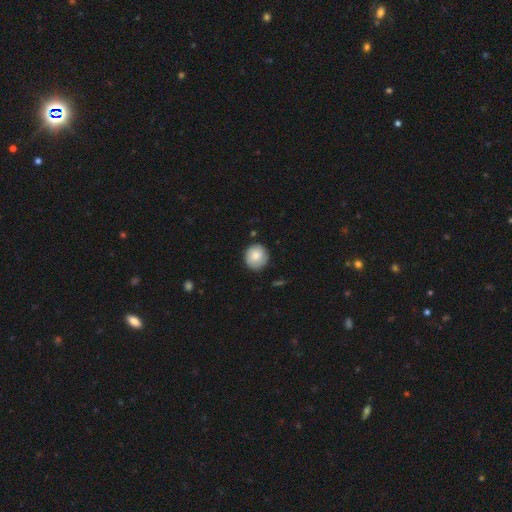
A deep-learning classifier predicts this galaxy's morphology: Smooth or featured? Predicted: smooth (p=0.81). How rounded? Predicted: round (p=0.89). Merging? Predicted: none (p=0.83).